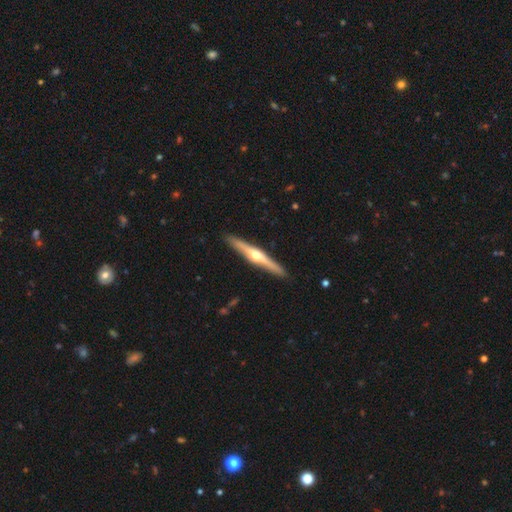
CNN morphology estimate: Smooth or featured? featured or disk (77%)
Edge-on disk? yes (98%)
Edge-on bulge? rounded (94%)
Merging? none (92%)